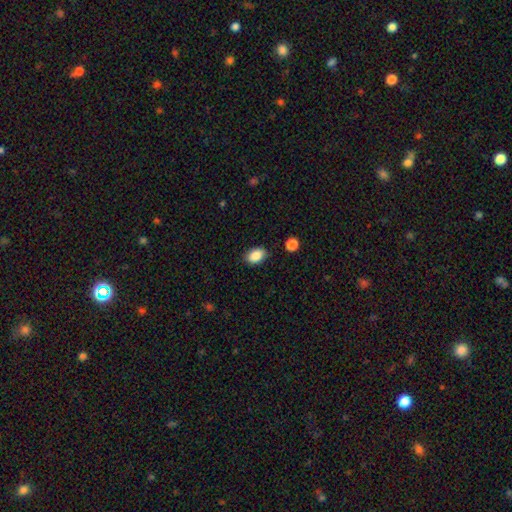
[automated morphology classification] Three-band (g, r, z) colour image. It shows a smooth galaxy with no disk features (87%) that is in between round and cigar-shaped (84%). Merging: none (84%).